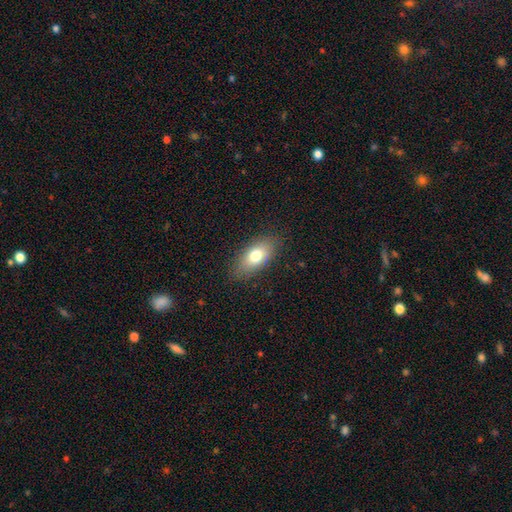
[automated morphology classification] smooth 74%, featured or disk 18%, star or artifact 8%. Down the decision tree: how rounded — in between (86%); merging — none (83%).